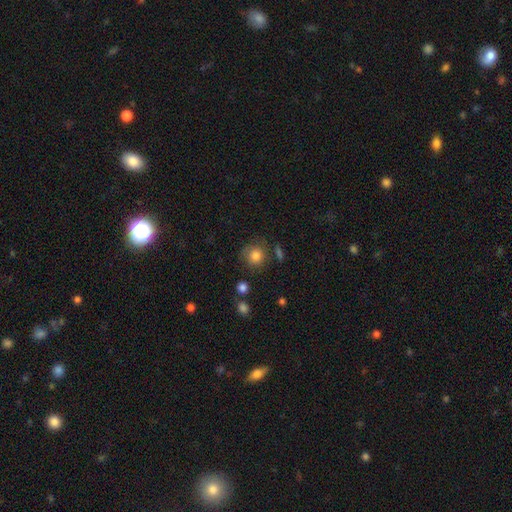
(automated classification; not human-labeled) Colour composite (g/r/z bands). It shows a smooth galaxy with no disk features (79%) that is round (88%). Merging: none (70%).